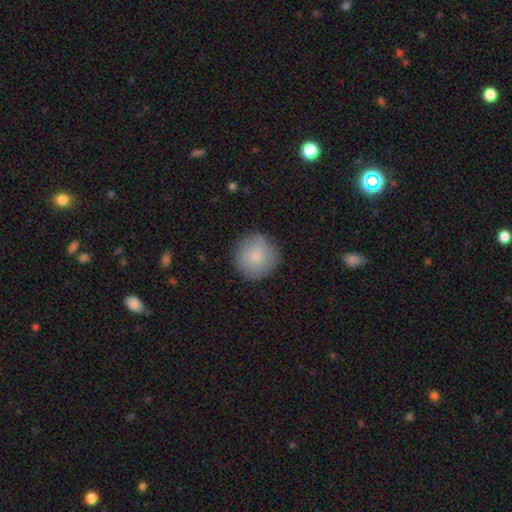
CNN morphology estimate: smooth-or-featured: smooth: 79% | featured or disk: 14% | star or artifact: 7%
  how-rounded: round: 93% | in between: 6% | cigar-shaped: 1%
  merging: none: 79% | minor disturbance: 16% | major disturbance: 4% | merger: 1%